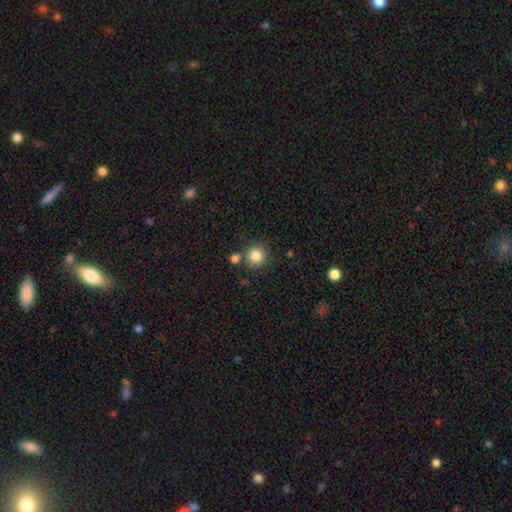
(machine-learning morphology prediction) Smooth or featured? smooth (84%)
How rounded? round (93%)
Merging? none (76%)